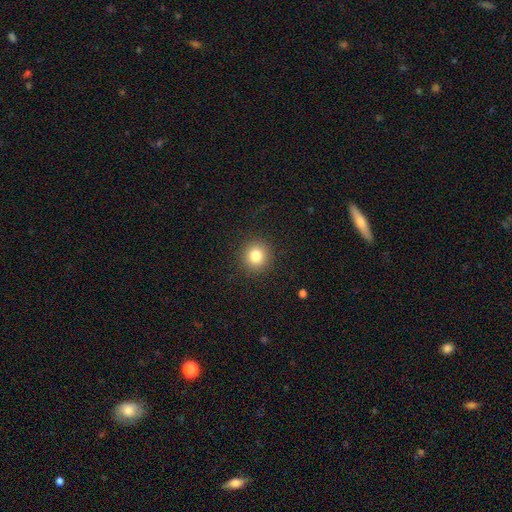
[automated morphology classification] type=smooth (82%); roundness=round (91%); merging=none (91%).